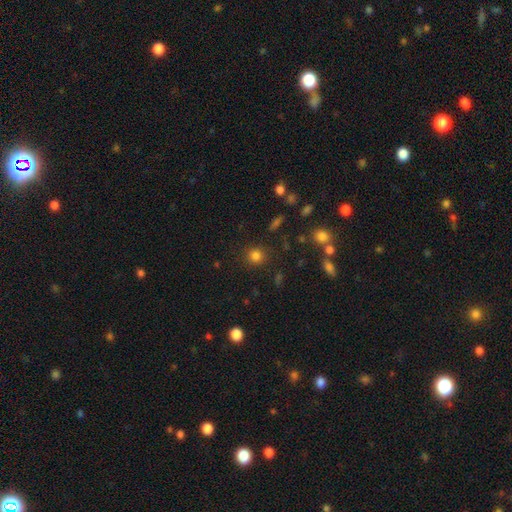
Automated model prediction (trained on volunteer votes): Q: Smooth or featured?
A: smooth (80%); runner-up: star or artifact (15%)
Q: How rounded?
A: round (88%); runner-up: in between (11%)
Q: Merging?
A: none (85%); runner-up: minor disturbance (8%)